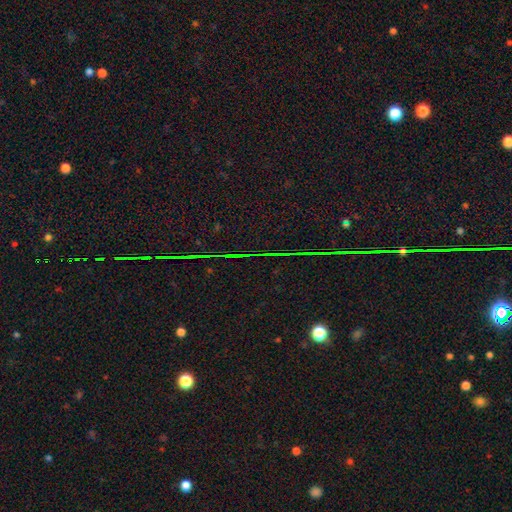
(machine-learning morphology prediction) Smooth or featured?
  - star or artifact: 83% *
  - smooth: 10%
  - featured or disk: 7%